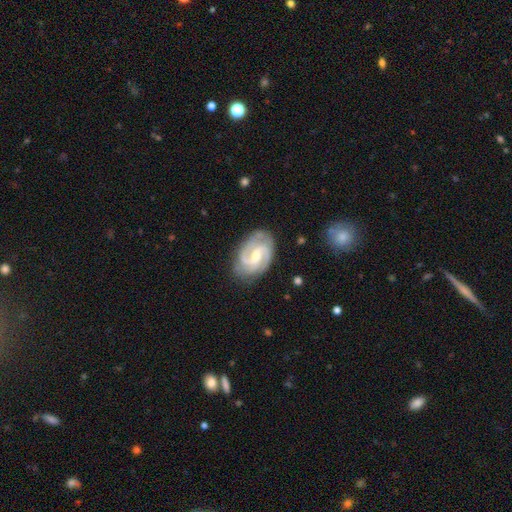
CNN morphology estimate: Smooth or featured: featured or disk — 90% (smooth — 6%)
Edge-on disk: no — 98% (yes — 2%)
Bar: weak — 54% (no — 30%)
Spiral arms: yes — 98% (no — 2%)
Spiral winding: medium — 52% (tight — 36%)
Spiral arm count: 2 — 51% (3 — 31%)
Bulge size: moderate — 47% (tied with small — 47%)
Merging: none — 80% (minor disturbance — 15%)